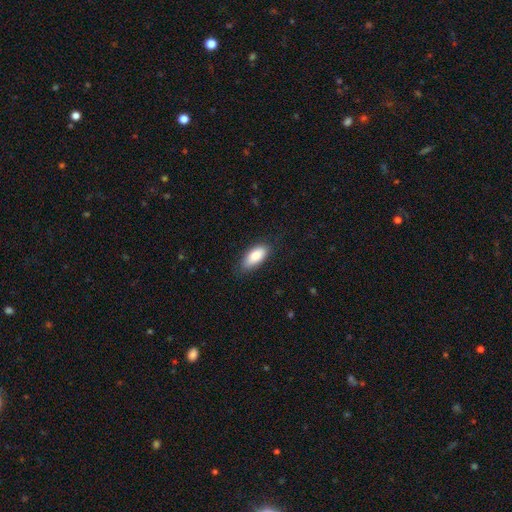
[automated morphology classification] A smooth galaxy with no disk features (84%) that is in between round and cigar-shaped (85%). Merging: none (82%).